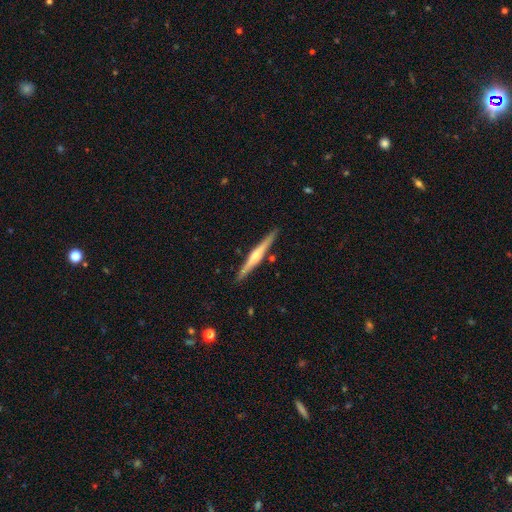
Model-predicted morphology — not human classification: This appears to be a featured or disk galaxy (70%) viewed edge-on (98%) with a rounded central bulge (79%). Merging: none (89%).